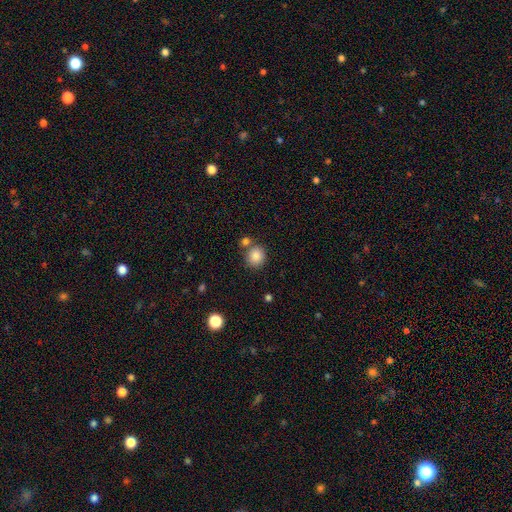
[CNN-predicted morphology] This appears to be a smooth galaxy with no disk features (85%) that is round (85%). Merging: none (70%).